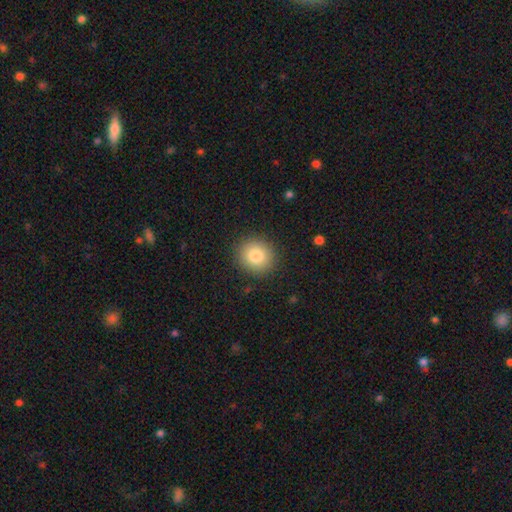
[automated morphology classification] This appears to be a smooth galaxy with no disk features (83%) that is round (86%). Merging: none (90%).